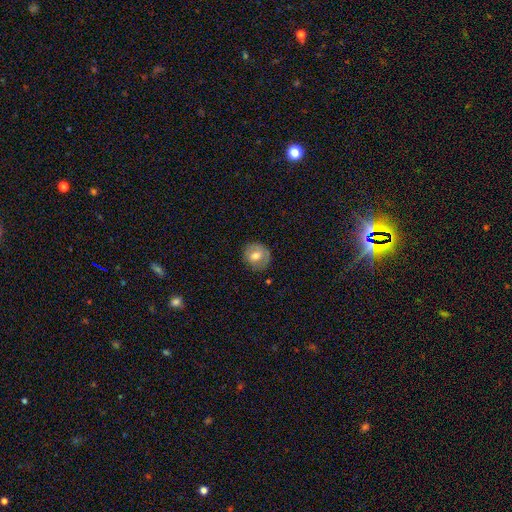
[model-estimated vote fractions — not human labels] Smooth or featured?
  - smooth: 66% *
  - featured or disk: 26%
  - star or artifact: 8%
How rounded?
  - round: 86% *
  - in between: 13%
  - cigar-shaped: 1%
Merging?
  - none: 81% *
  - minor disturbance: 14%
  - major disturbance: 4%
  - merger: 1%